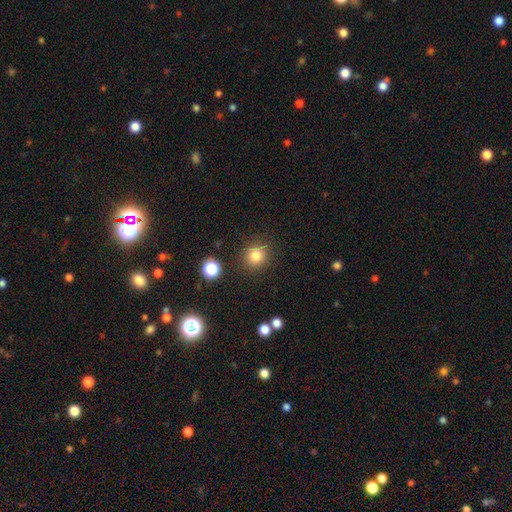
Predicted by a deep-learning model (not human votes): smooth-or-featured: smooth: 81% | star or artifact: 13% | featured or disk: 6%
  how-rounded: round: 87% | in between: 12% | cigar-shaped: 1%
  merging: none: 86% | minor disturbance: 9% | major disturbance: 3% | merger: 2%